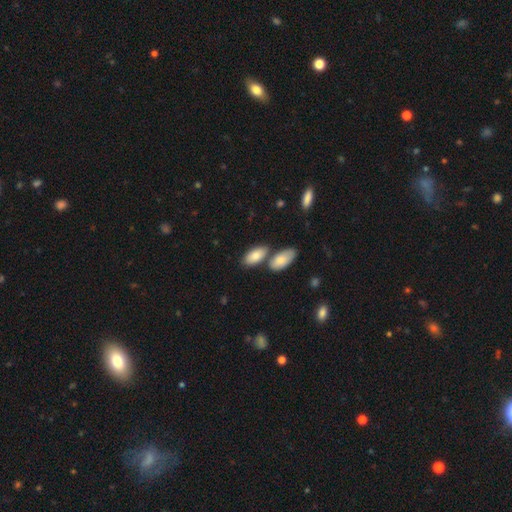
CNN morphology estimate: smooth_or_featured: smooth (p=0.82) [alt: featured or disk p=0.12]
how_rounded: in between (p=0.91) [alt: cigar-shaped p=0.06]
merging: none (p=0.56) [alt: merger p=0.30]